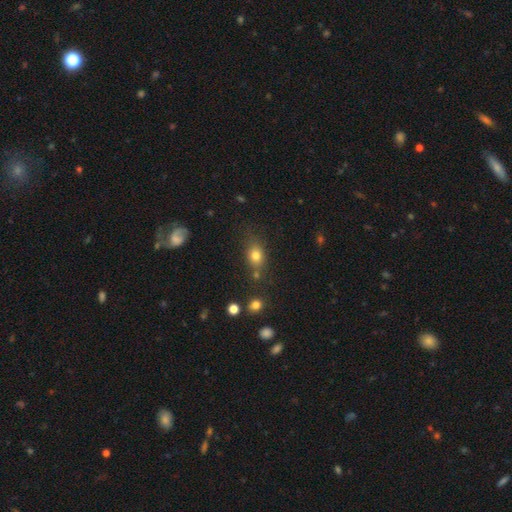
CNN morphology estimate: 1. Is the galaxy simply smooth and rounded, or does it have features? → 78% smooth, 12% star or artifact, 9% featured or disk.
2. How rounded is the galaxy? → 58% in between, 40% round, 2% cigar-shaped.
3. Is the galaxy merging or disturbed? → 66% none, 18% minor disturbance, 10% merger, 6% major disturbance.